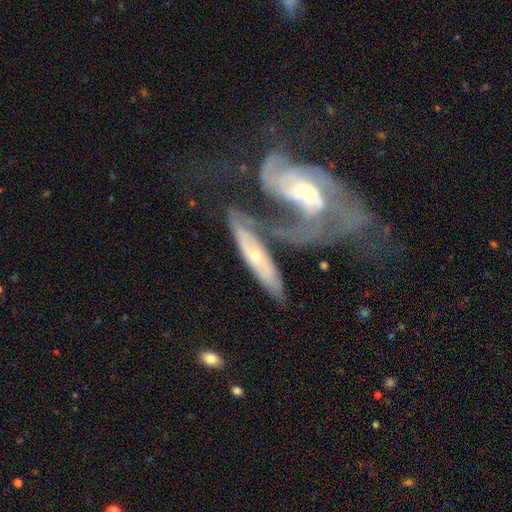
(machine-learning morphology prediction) Smooth or featured: featured or disk — 68% (smooth — 25%)
Edge-on disk: no — 72% (yes — 28%)
Merging: merger — 53% (none — 25%)